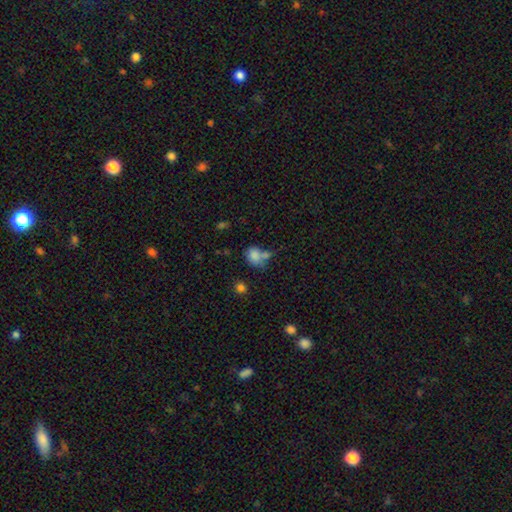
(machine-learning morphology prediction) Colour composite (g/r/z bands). It shows a smooth galaxy with no disk features (80%) that is in between round and cigar-shaped (53%). Merging: none (37%, tied with merger).